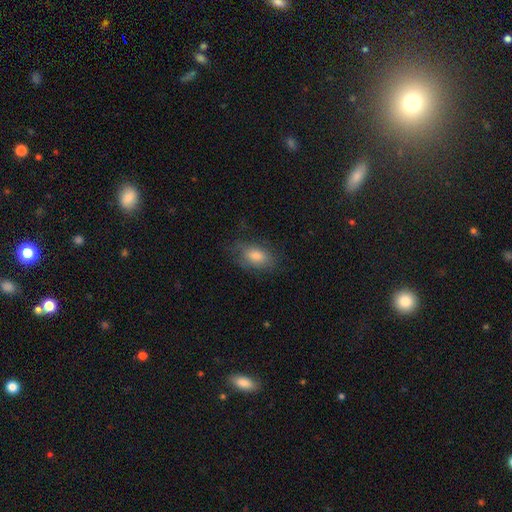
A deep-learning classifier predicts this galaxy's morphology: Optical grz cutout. It shows a smooth galaxy with no disk features (70%) that is in between round and cigar-shaped (86%). Merging: none (66%).